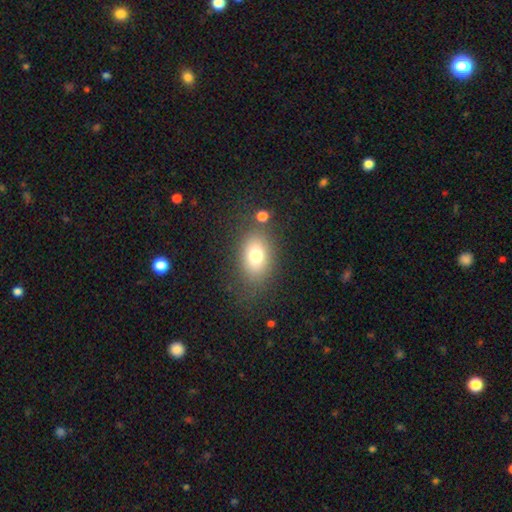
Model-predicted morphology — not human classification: Smooth or featured: smooth — 75% (featured or disk — 14%)
How rounded: in between — 77% (round — 22%)
Merging: none — 75% (minor disturbance — 13%)